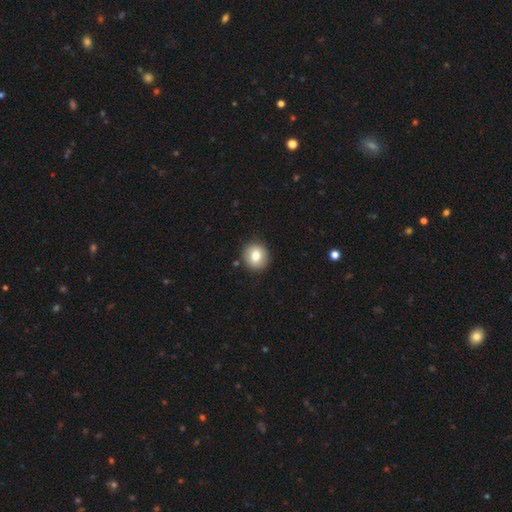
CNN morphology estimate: smooth 80%, featured or disk 11%, star or artifact 9%. Down the decision tree: how rounded — round (90%); merging — none (89%).